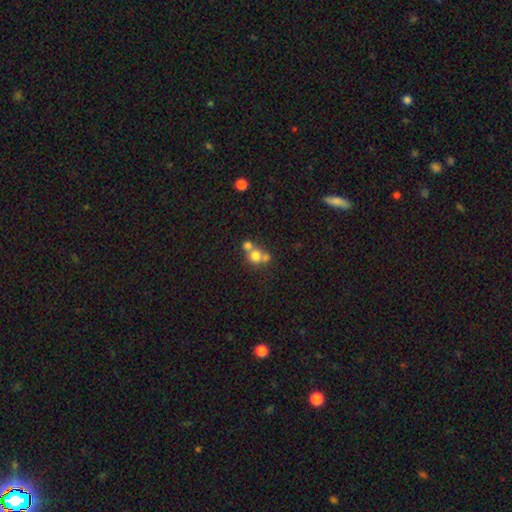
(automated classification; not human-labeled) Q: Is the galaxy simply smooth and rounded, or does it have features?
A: smooth — 69%.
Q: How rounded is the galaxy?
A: round — 82%.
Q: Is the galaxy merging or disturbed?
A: merger — 56%.